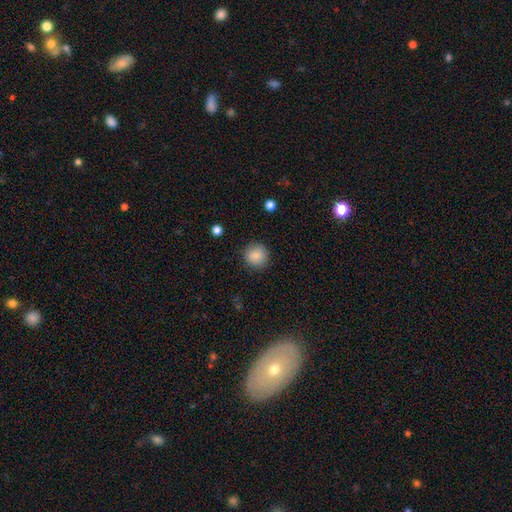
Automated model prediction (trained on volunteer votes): Morphology: type=smooth (87%); roundness=round (93%); merging=none (89%).